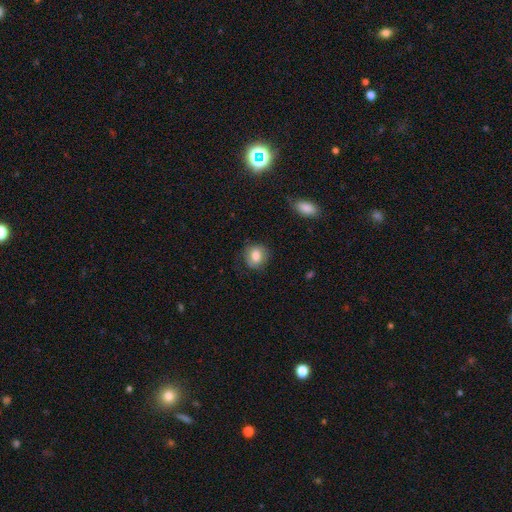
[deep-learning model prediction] Smooth or featured? smooth (80%)
How rounded? round (69%)
Merging? none (76%)